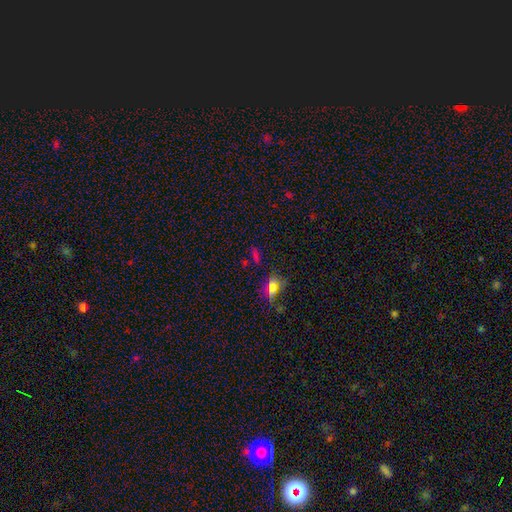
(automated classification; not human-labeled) Morphology: type=star or artifact (46%).